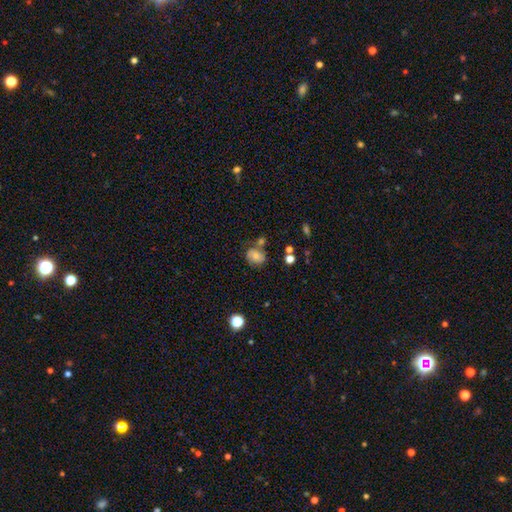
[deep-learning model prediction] The model was most divided on "how rounded": round: 61%, in between: 38%, cigar-shaped: 1%. More confident: smooth or featured — smooth (57%); merging — none (55%).